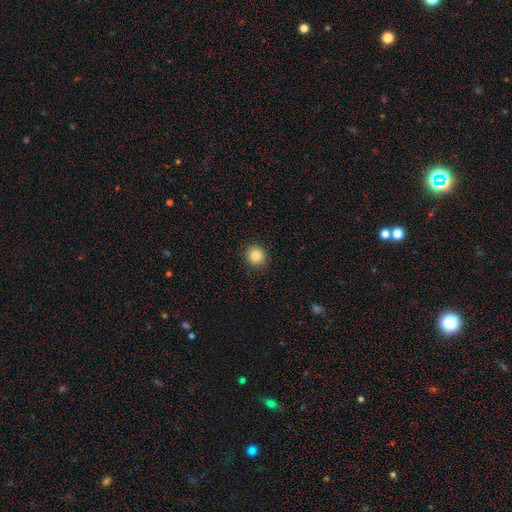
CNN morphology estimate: Overall: smooth (84%). How rounded: round (88%). Merging: none (91%).